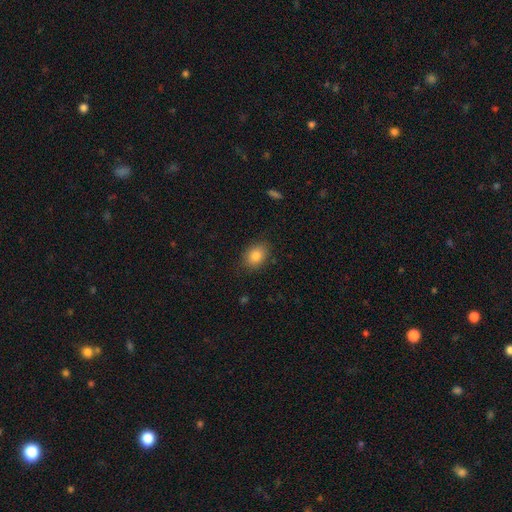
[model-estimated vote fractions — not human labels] The model was most divided on "how rounded": in between: 73%, round: 26%, cigar-shaped: 1%. More confident: smooth or featured — smooth (85%); merging — none (83%).